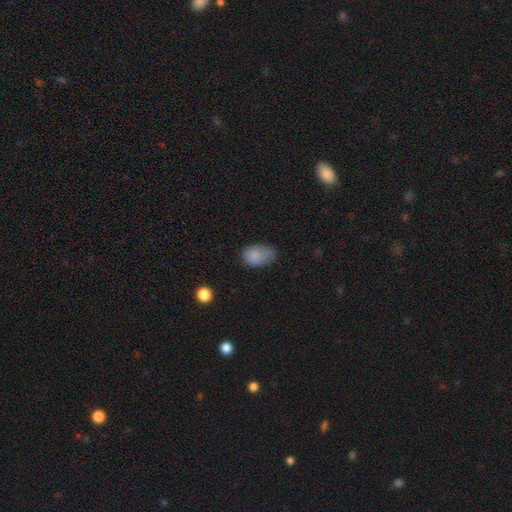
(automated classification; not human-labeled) Smooth or featured? Predicted: smooth (p=0.83). How rounded? Predicted: in between (p=0.85). Merging? Predicted: none (p=0.53).